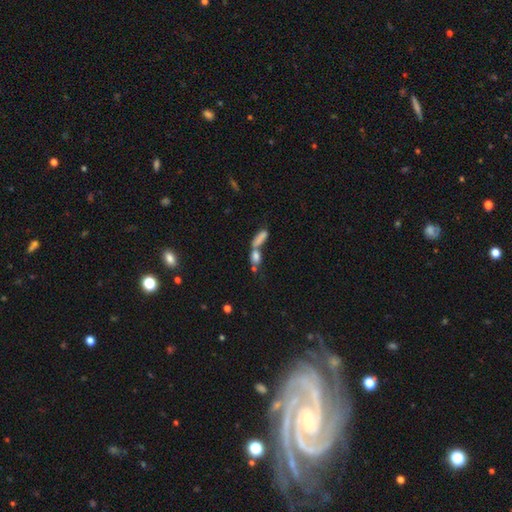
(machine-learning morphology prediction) Overall: smooth (71%). How rounded: in between (58%; cigar-shaped 25%). Merging: merger (62%; none 23%).